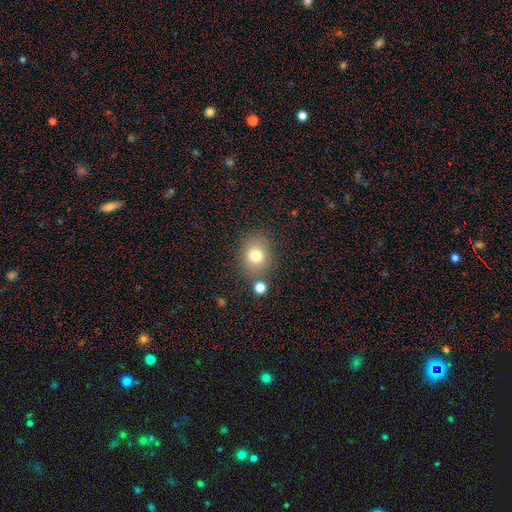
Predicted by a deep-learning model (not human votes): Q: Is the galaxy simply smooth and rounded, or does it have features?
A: smooth — 77%.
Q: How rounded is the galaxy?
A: round — 60%.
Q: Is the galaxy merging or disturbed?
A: none — 74%.